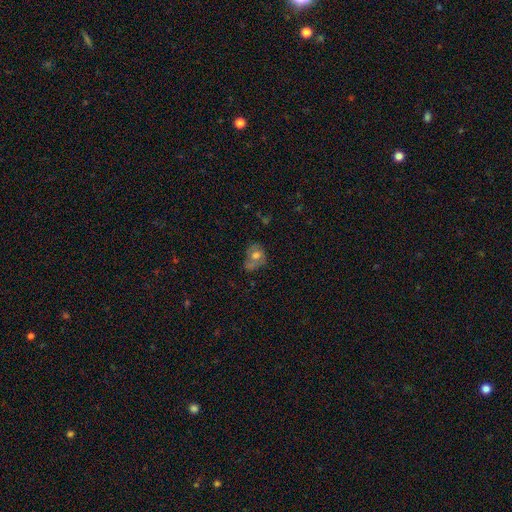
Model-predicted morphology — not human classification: Q: Smooth or featured?
A: smooth (58%); runner-up: featured or disk (30%)
Q: How rounded?
A: in between (55%); runner-up: round (44%)
Q: Merging?
A: none (45%); runner-up: minor disturbance (29%)